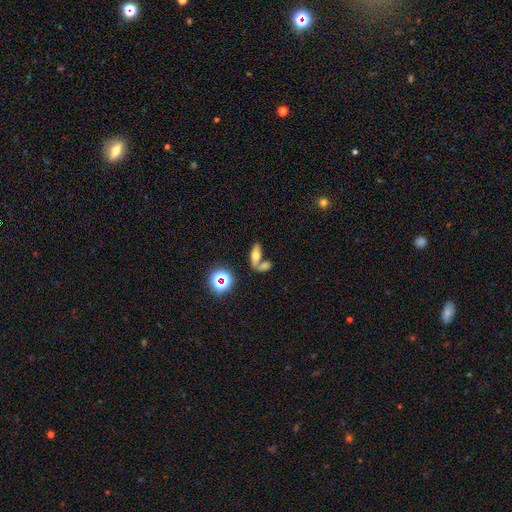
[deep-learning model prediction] smooth-or-featured: smooth: 56% | featured or disk: 28% | star or artifact: 16%
  how-rounded: in between: 64% | cigar-shaped: 28% | round: 9%
  merging: none: 45% | merger: 39% | minor disturbance: 11% | major disturbance: 6%